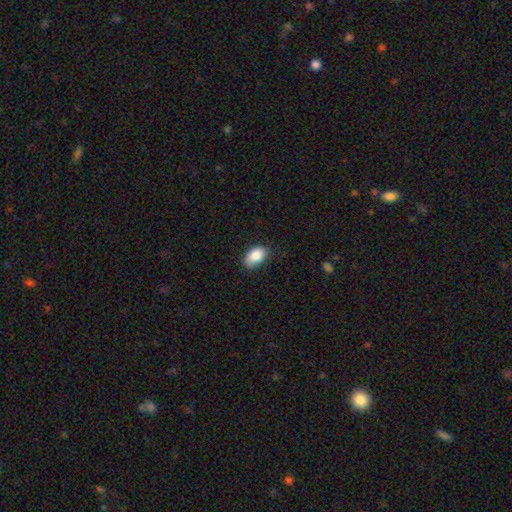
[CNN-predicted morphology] type=smooth (86%); roundness=in between (90%); merging=none (73%).